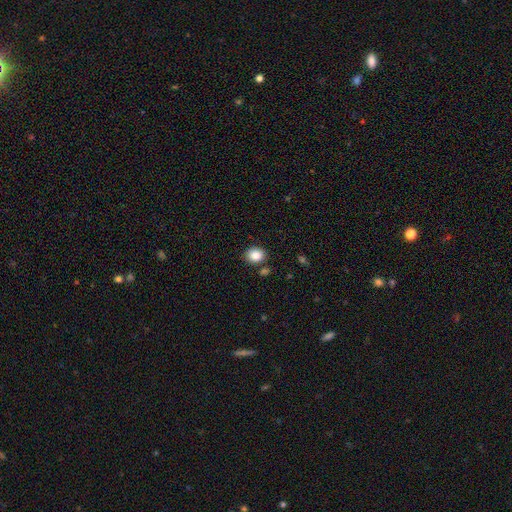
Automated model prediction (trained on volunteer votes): Smooth or featured? Predicted: smooth (p=0.87). How rounded? Predicted: round (p=0.54). Merging? Predicted: none (p=0.82).